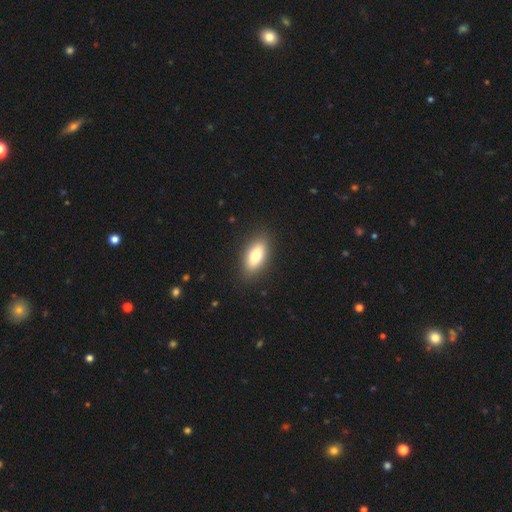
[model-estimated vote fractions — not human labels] This appears to be a smooth galaxy with no disk features (76%) that is in between round and cigar-shaped (85%). Merging: none (87%).